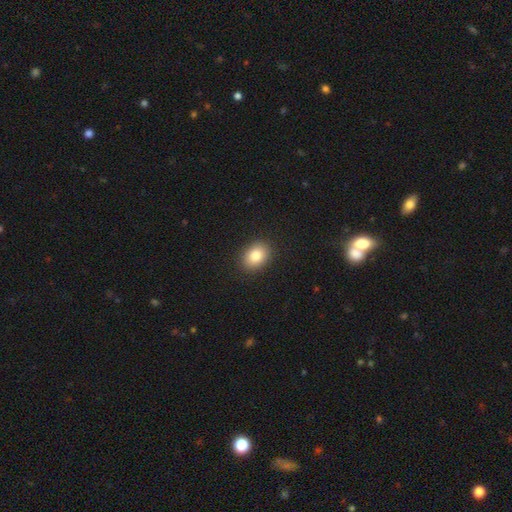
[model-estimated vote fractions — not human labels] This appears to be a smooth galaxy with no disk features (84%) that is in between round and cigar-shaped (65%). Merging: none (90%).